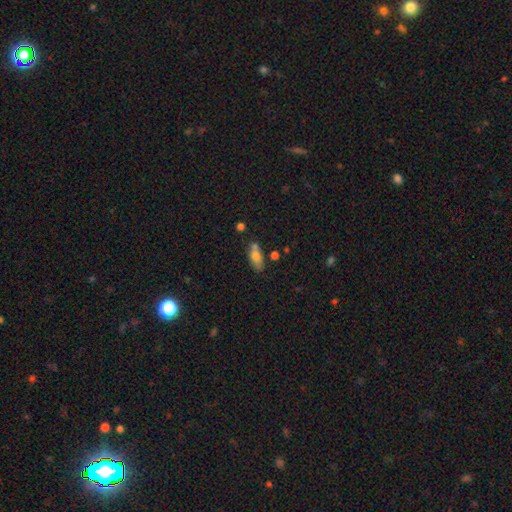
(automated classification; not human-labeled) A smooth galaxy with no disk features (72%) that is in between round and cigar-shaped (72%).

Vote fractions:
- Smooth or featured? smooth: 72% / featured or disk: 20% / star or artifact: 9%
- How rounded? in between: 72% / cigar-shaped: 24% / round: 4%
- Merging? none: 57% / minor disturbance: 19% / merger: 18% / major disturbance: 6%